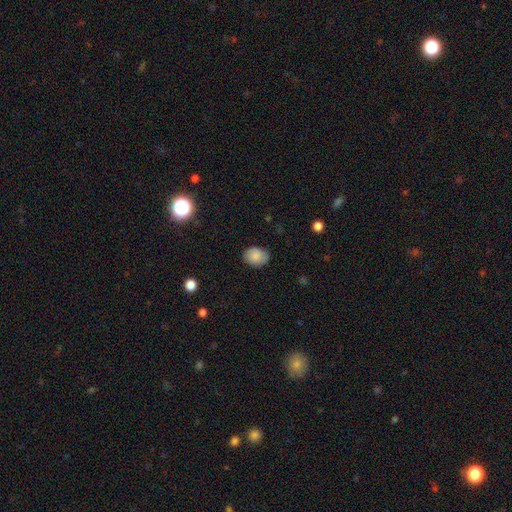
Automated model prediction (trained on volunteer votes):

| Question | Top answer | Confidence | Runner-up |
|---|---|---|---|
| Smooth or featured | smooth | 84% | star or artifact (8%) |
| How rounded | in between | 64% | round (35%) |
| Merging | none | 79% | minor disturbance (17%) |